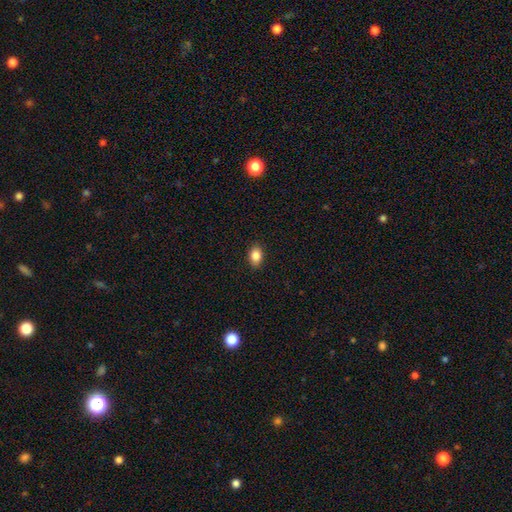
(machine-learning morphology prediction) Smooth or featured?
  - smooth: 86% *
  - star or artifact: 9%
  - featured or disk: 5%
How rounded?
  - in between: 83% *
  - round: 16%
  - cigar-shaped: 2%
Merging?
  - none: 89% *
  - minor disturbance: 9%
  - major disturbance: 2%
  - merger: 1%